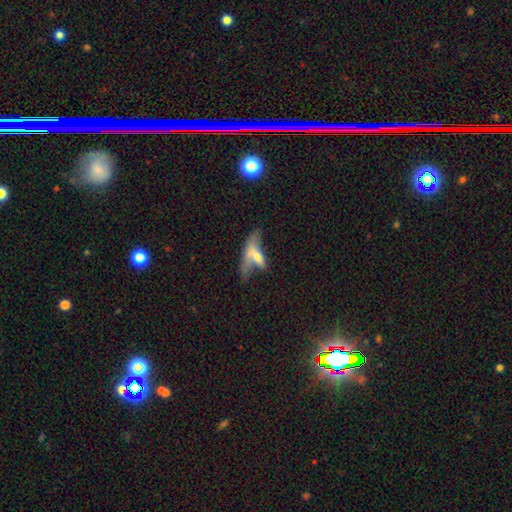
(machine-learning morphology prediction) Q: Smooth or featured?
A: smooth (49%); runner-up: featured or disk (42%)
Q: Merging?
A: major disturbance (37%); runner-up: merger (27%)